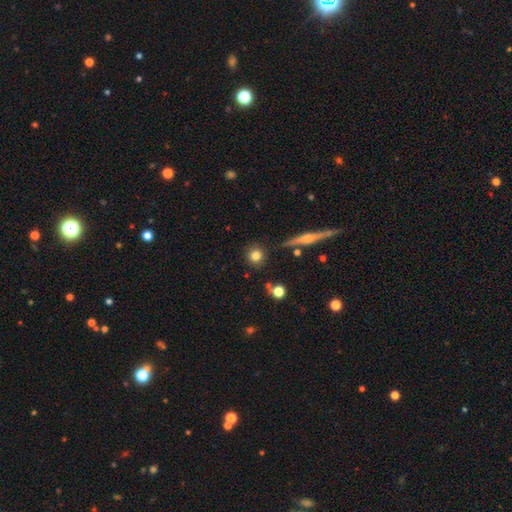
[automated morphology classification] type=smooth (79%); roundness=round (92%); merging=none (87%).